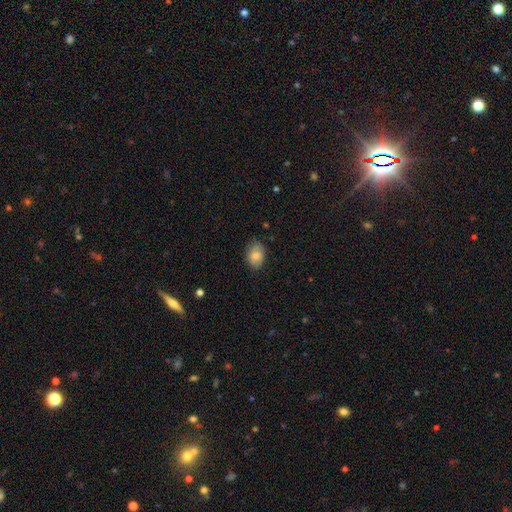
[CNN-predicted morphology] smooth-or-featured: smooth: 80% | featured or disk: 12% | star or artifact: 7%
  how-rounded: in between: 78% | round: 21% | cigar-shaped: 1%
  merging: none: 75% | minor disturbance: 20% | major disturbance: 4% | merger: 1%